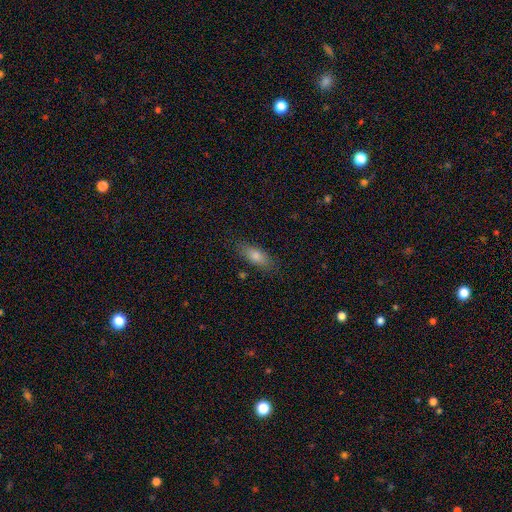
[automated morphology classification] smooth-or-featured: smooth: 76% | featured or disk: 15% | star or artifact: 9%
  how-rounded: in between: 69% | cigar-shaped: 27% | round: 3%
  merging: none: 82% | minor disturbance: 13% | major disturbance: 3% | merger: 2%